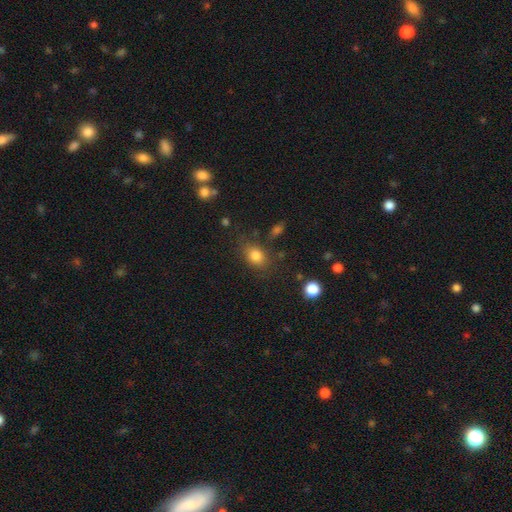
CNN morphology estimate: smooth-or-featured: smooth: 81% | star or artifact: 11% | featured or disk: 8%
  how-rounded: in between: 62% | round: 36% | cigar-shaped: 2%
  merging: none: 75% | minor disturbance: 16% | major disturbance: 6% | merger: 4%